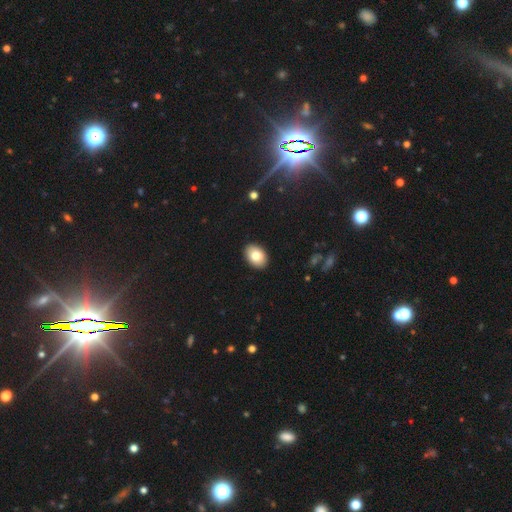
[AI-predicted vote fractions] Smooth or featured: smooth — 81% (featured or disk — 11%)
How rounded: in between — 85% (round — 14%)
Merging: none — 91% (minor disturbance — 7%)